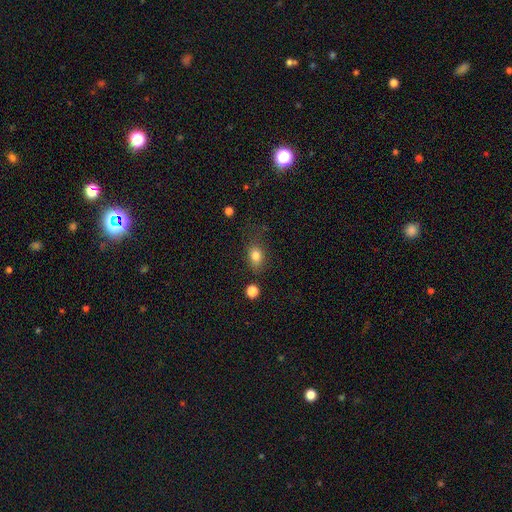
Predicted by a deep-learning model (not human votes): Smooth or featured? Predicted: smooth (p=0.81). How rounded? Predicted: in between (p=0.63). Merging? Predicted: none (p=0.71).